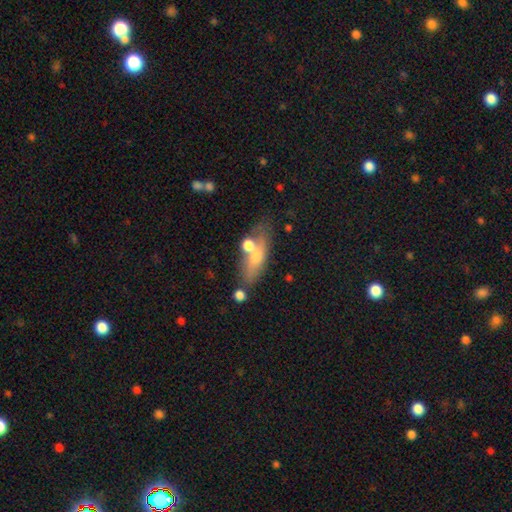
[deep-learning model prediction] smooth_or_featured: smooth (p=0.56) [alt: featured or disk p=0.35]
how_rounded: in between (p=0.57) [alt: cigar-shaped p=0.36]
merging: none (p=0.59) [alt: minor disturbance p=0.18]